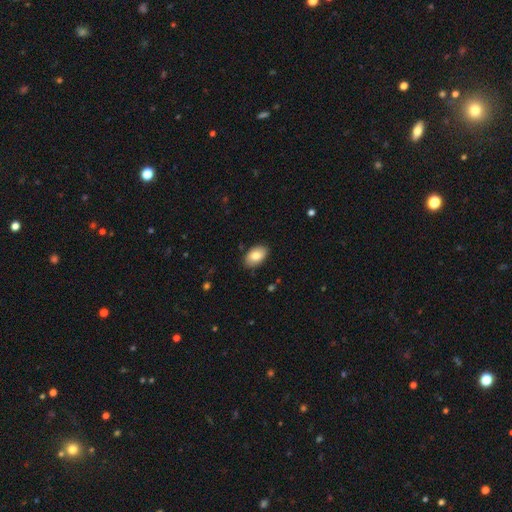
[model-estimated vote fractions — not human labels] Morphology: type=smooth (82%); roundness=in between (92%); merging=none (86%).